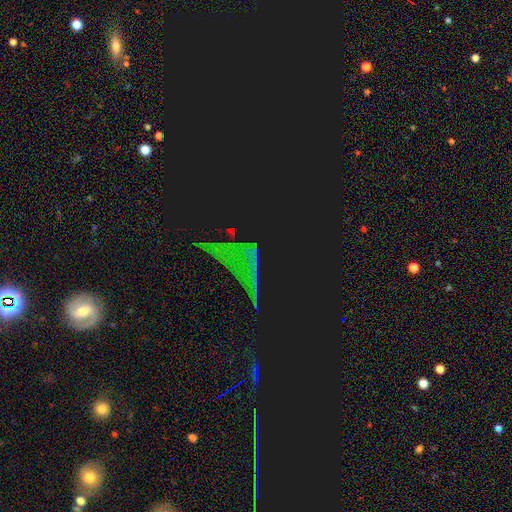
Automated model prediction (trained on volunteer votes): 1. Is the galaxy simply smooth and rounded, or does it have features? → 78% star or artifact, 12% smooth, 10% featured or disk.